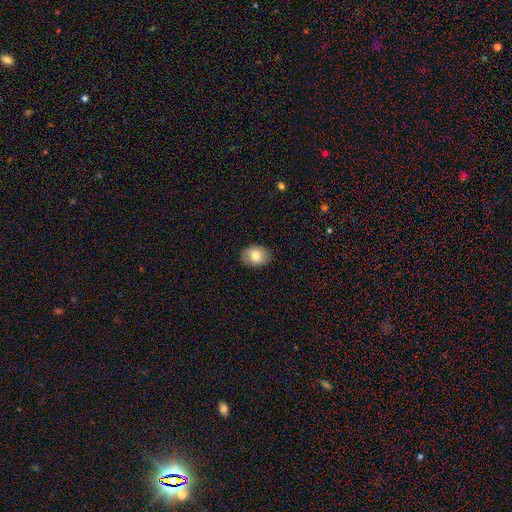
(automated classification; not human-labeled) smooth_or_featured: smooth (p=0.79) [alt: featured or disk p=0.13]
how_rounded: in between (p=0.65) [alt: round p=0.34]
merging: none (p=0.86) [alt: minor disturbance p=0.11]